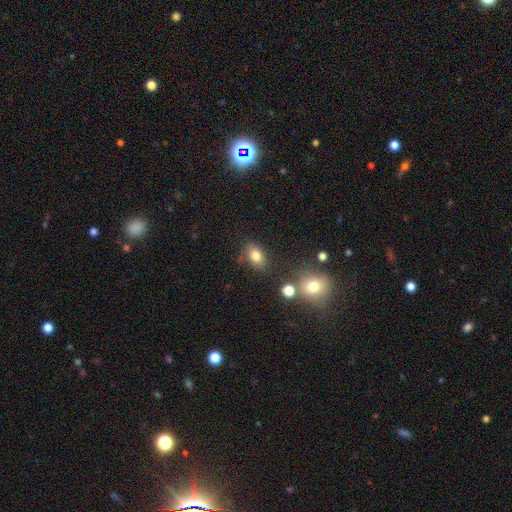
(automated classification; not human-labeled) smooth_or_featured: smooth (p=0.79) [alt: star or artifact p=0.12]
how_rounded: in between (p=0.76) [alt: round p=0.22]
merging: none (p=0.75) [alt: minor disturbance p=0.15]